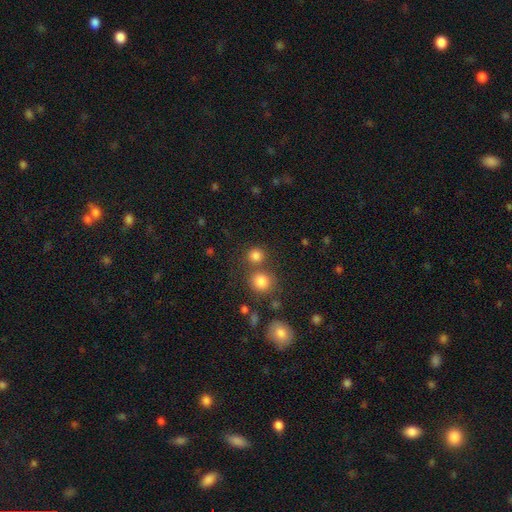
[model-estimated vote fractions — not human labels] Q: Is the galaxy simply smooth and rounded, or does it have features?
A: smooth — 80%.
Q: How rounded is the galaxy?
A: round — 87%.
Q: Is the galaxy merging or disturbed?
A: none — 65%.